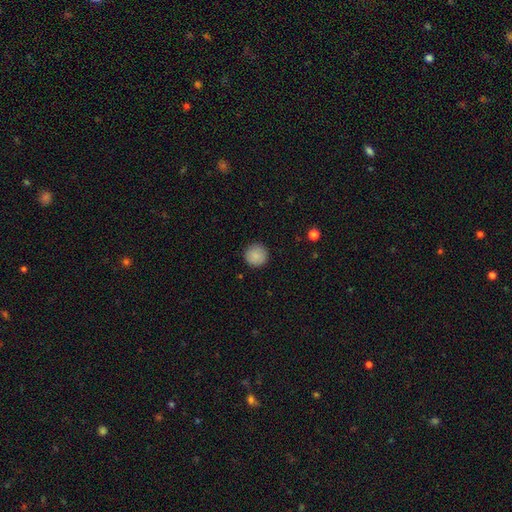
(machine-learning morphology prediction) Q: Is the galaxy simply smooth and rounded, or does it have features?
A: smooth — 88%.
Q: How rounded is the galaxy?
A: round — 96%.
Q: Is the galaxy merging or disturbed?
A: none — 92%.